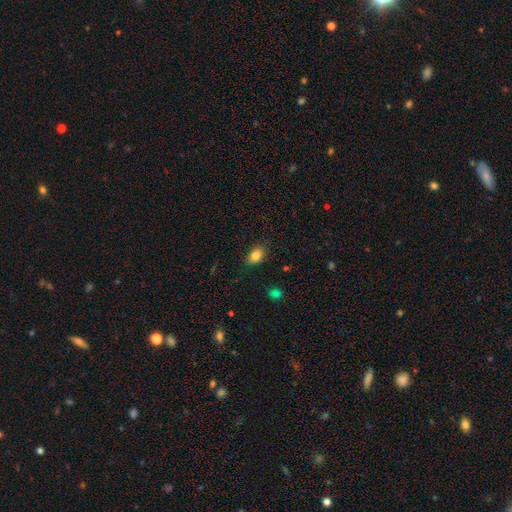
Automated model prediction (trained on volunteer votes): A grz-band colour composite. It shows a smooth galaxy with no disk features (83%) that is in between round and cigar-shaped (81%). Merging: none (84%).